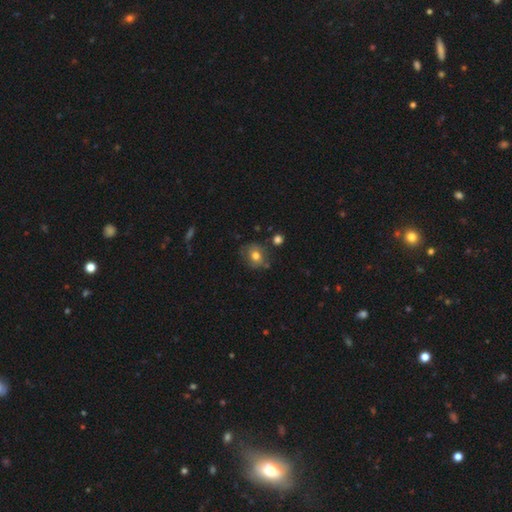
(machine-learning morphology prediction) Smooth or featured?
  - smooth: 70% *
  - featured or disk: 20%
  - star or artifact: 10%
How rounded?
  - round: 65% *
  - in between: 34%
  - cigar-shaped: 1%
Merging?
  - none: 67% *
  - minor disturbance: 20%
  - major disturbance: 6%
  - merger: 6%